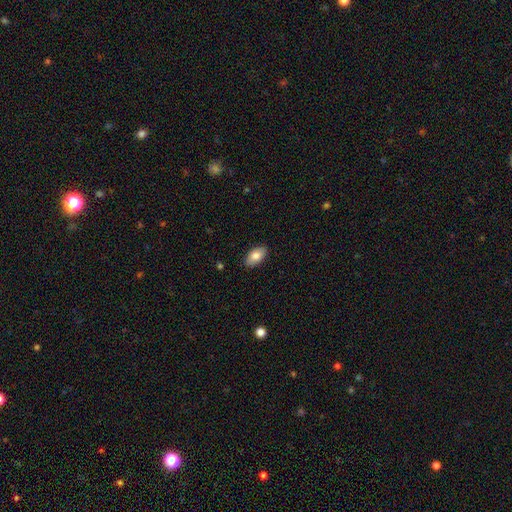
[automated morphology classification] A smooth galaxy with no disk features (80%) that is in between round and cigar-shaped (93%).

Vote fractions:
- Smooth or featured? smooth: 80% / featured or disk: 13% / star or artifact: 7%
- How rounded? in between: 93% / round: 4% / cigar-shaped: 3%
- Merging? none: 88% / minor disturbance: 9% / major disturbance: 2% / merger: 1%